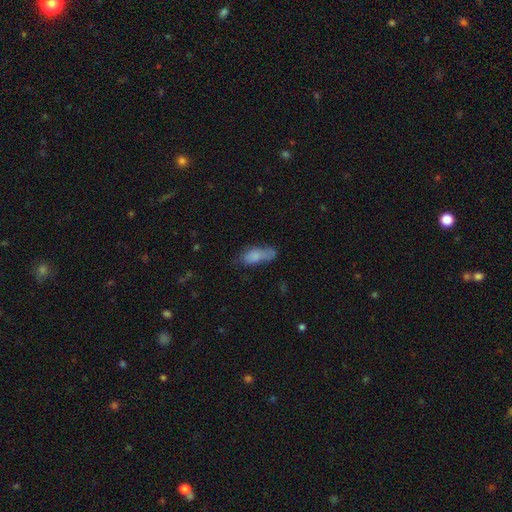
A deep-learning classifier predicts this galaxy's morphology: Smooth or featured? smooth (78%)
How rounded? in between (71%)
Merging? none (43%)